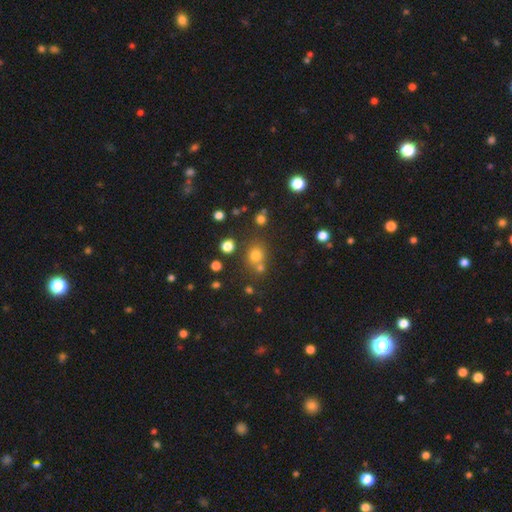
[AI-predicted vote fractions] A smooth galaxy with no disk features (69%) that is round (81%).

Vote fractions:
- Smooth or featured? smooth: 69% / star or artifact: 22% / featured or disk: 9%
- How rounded? round: 81% / in between: 18% / cigar-shaped: 1%
- Merging? none: 63% / merger: 23% / minor disturbance: 10% / major disturbance: 4%